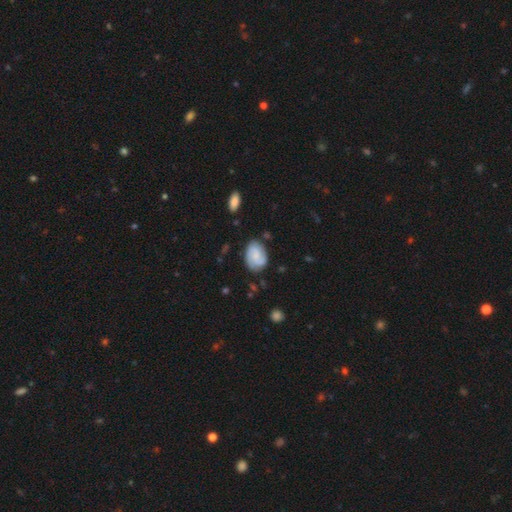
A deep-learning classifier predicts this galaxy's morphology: Smooth or featured?
  - featured or disk: 51% *
  - smooth: 42%
  - star or artifact: 7%
Edge-on disk?
  - no: 97% *
  - yes: 3%
Merging?
  - none: 74% *
  - minor disturbance: 18%
  - major disturbance: 5%
  - merger: 2%